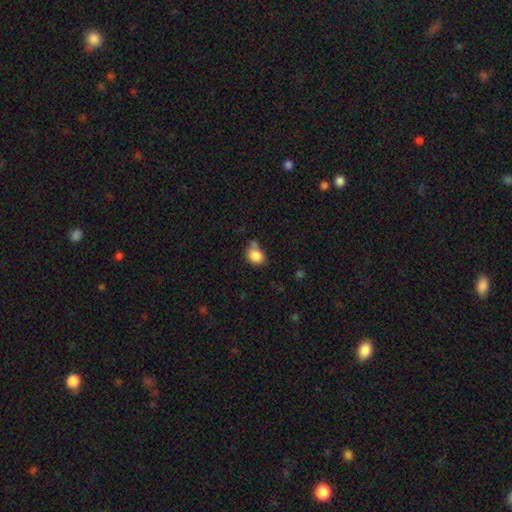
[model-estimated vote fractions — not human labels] This appears to be a smooth galaxy with no disk features (85%) that is round (52%). Merging: none (48%).